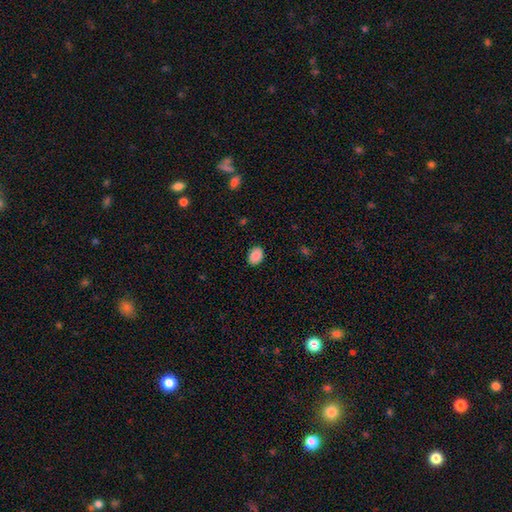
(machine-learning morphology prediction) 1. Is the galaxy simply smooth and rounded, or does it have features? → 89% smooth, 8% star or artifact, 3% featured or disk.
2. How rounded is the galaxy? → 65% in between, 34% round, 1% cigar-shaped.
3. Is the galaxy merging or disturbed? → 88% none, 8% minor disturbance, 2% major disturbance, 1% merger.